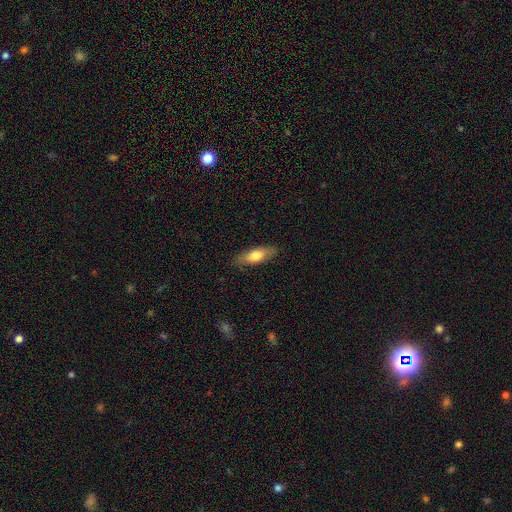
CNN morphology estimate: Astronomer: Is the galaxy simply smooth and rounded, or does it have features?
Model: smooth — 70%.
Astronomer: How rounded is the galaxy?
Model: in between — 60% (runner-up: cigar-shaped, 38%).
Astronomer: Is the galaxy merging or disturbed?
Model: none — 84%.